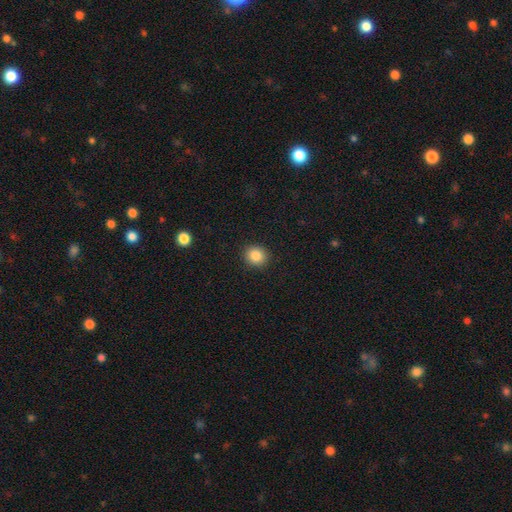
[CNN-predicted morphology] This is clearly a smooth galaxy (86%). How rounded: clearly round (83%). Merging: clearly none (91%).